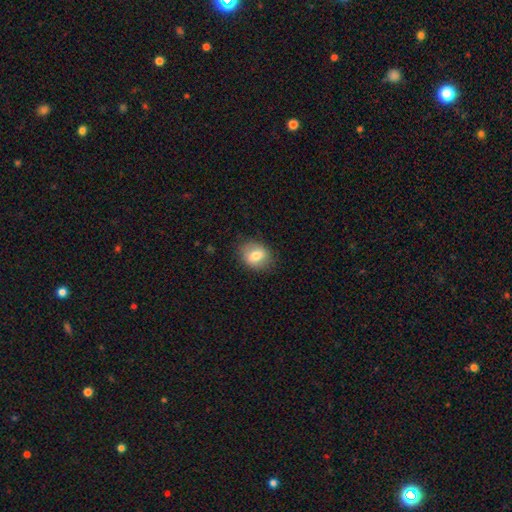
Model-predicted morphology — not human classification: Smooth or featured: smooth — 73% (featured or disk — 19%)
How rounded: in between — 52% (round — 47%)
Merging: none — 81% (minor disturbance — 14%)